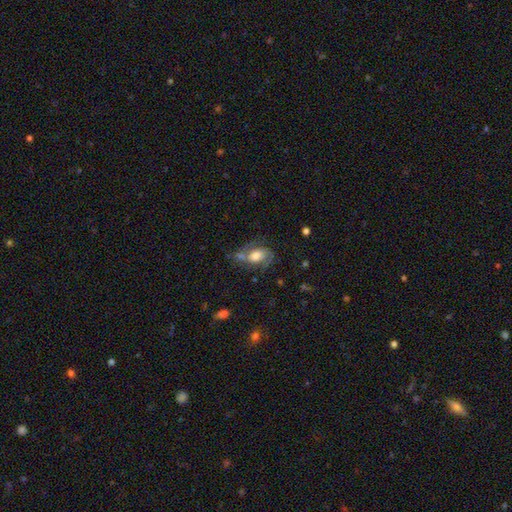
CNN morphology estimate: This is likely a featured or disk galaxy (64%). It is clearly not viewed edge-on (96%). Bar: likely no (63%). Spiral arm pattern: clearly yes (86%). Spiral arm count: likely 2 (78%). Spiral winding: possibly medium (48%). Central bulge: marginally large (45%). Merging: possibly none (47%).